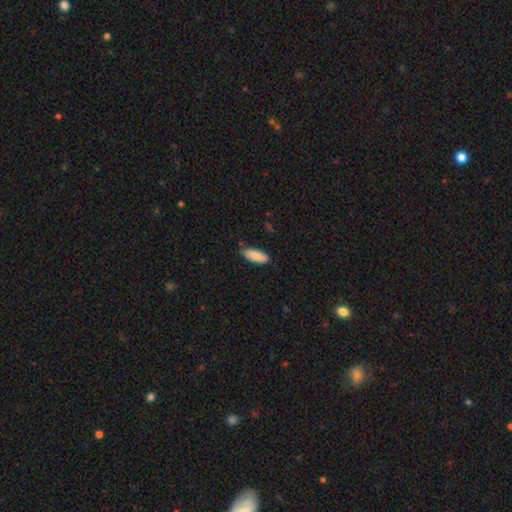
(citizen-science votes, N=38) A smooth galaxy with no disk features (92%) that is in between round and cigar-shaped (77%).

Vote fractions:
- Smooth or featured? smooth: 92% / featured or disk: 8% / star or artifact: 0%
- How rounded? in between: 77% / cigar-shaped: 17% / round: 6%
- Merging? none: 79% / minor disturbance: 13% / major disturbance: 5% / merger: 3%